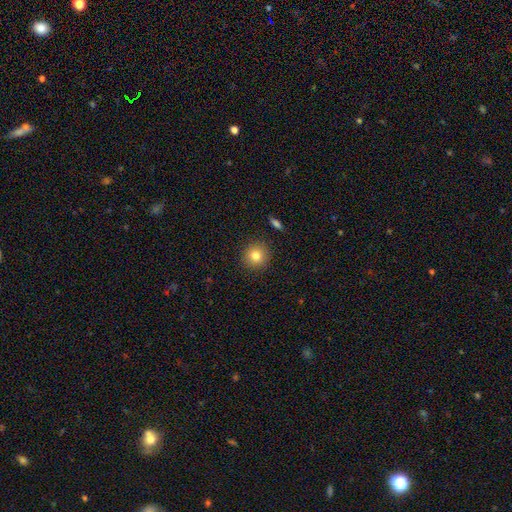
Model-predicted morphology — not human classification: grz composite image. It shows a smooth galaxy with no disk features (81%) that is round (93%). Merging: none (90%).